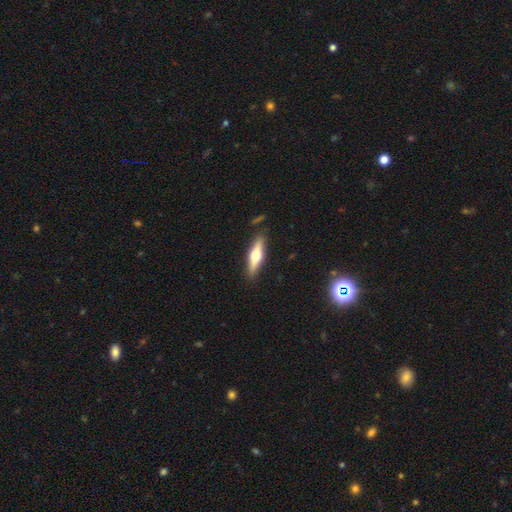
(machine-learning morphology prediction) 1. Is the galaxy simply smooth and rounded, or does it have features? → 49% featured or disk, 45% smooth, 6% star or artifact.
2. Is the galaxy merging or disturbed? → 86% none, 9% minor disturbance, 2% merger, 2% major disturbance.